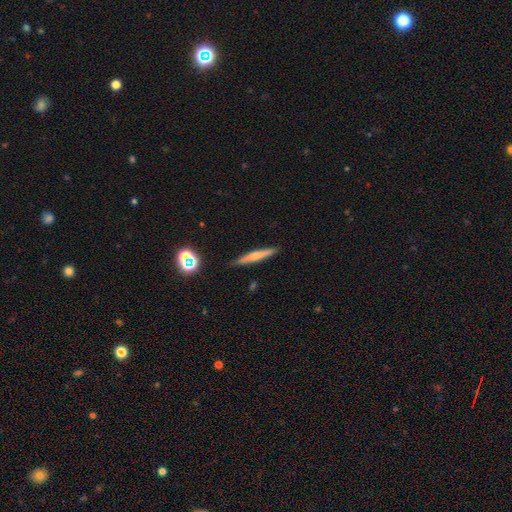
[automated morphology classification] Smooth or featured?
  - smooth: 49% *
  - featured or disk: 42%
  - star or artifact: 8%
Merging?
  - none: 86% *
  - minor disturbance: 10%
  - major disturbance: 2%
  - merger: 2%